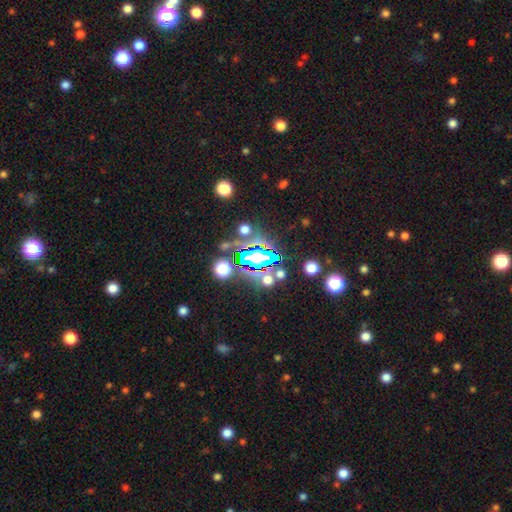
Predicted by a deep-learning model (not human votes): The model was most divided on "smooth or featured": star or artifact: 80%, smooth: 12%, featured or disk: 8%.